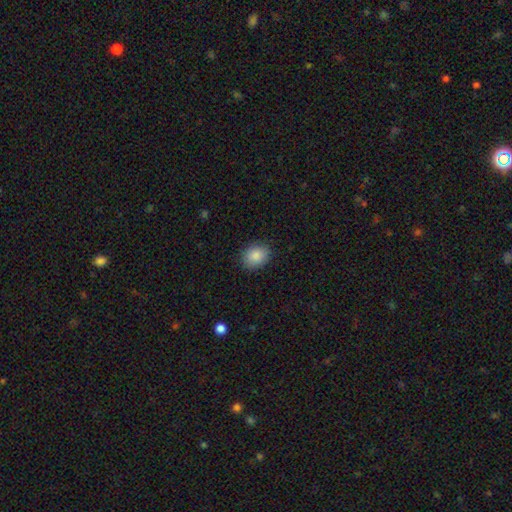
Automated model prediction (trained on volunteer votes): smooth-or-featured: smooth: 88% | star or artifact: 8% | featured or disk: 4%
  how-rounded: in between: 51% | round: 49% | cigar-shaped: 1%
  merging: none: 87% | minor disturbance: 9% | major disturbance: 2% | merger: 1%